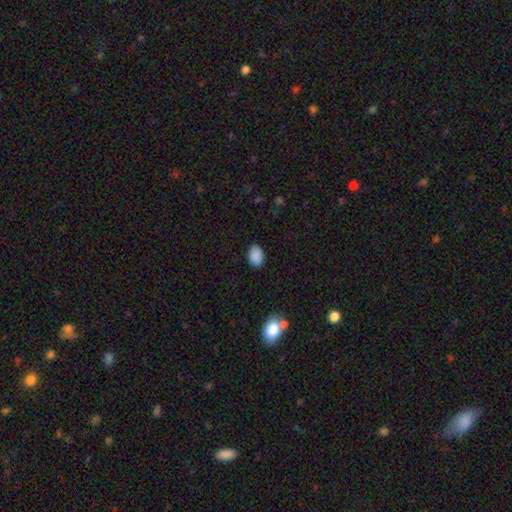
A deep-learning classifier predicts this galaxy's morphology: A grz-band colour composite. It shows a smooth galaxy with no disk features (89%) that is in between round and cigar-shaped (83%). Merging: none (87%).